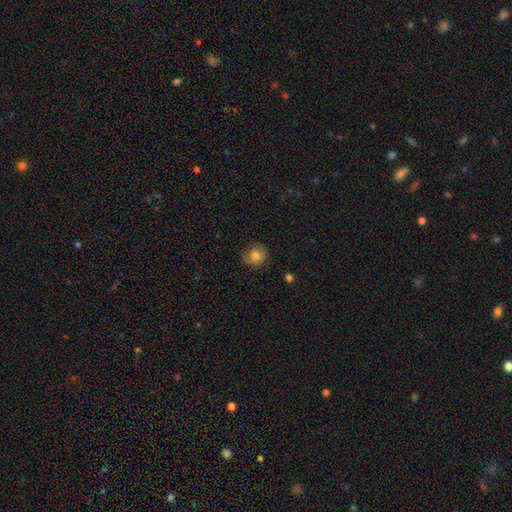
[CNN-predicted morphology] A smooth galaxy with no disk features (73%) that is round (79%).

Vote fractions:
- Smooth or featured? smooth: 73% / featured or disk: 18% / star or artifact: 9%
- How rounded? round: 79% / in between: 20% / cigar-shaped: 1%
- Merging? none: 68% / minor disturbance: 23% / major disturbance: 8% / merger: 1%